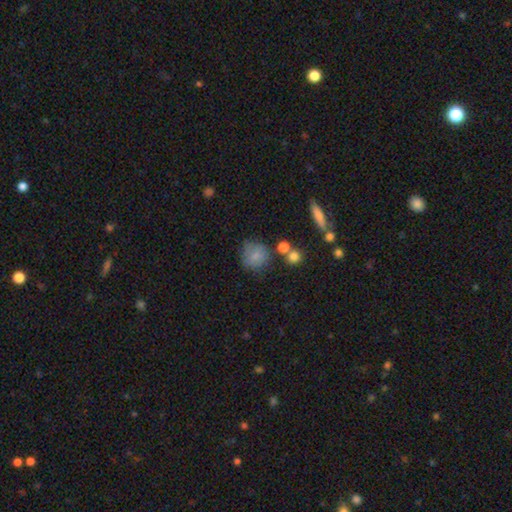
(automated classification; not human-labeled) Q: Smooth or featured?
A: smooth (77%); runner-up: featured or disk (12%)
Q: How rounded?
A: round (83%); runner-up: in between (16%)
Q: Merging?
A: none (58%); runner-up: minor disturbance (22%)